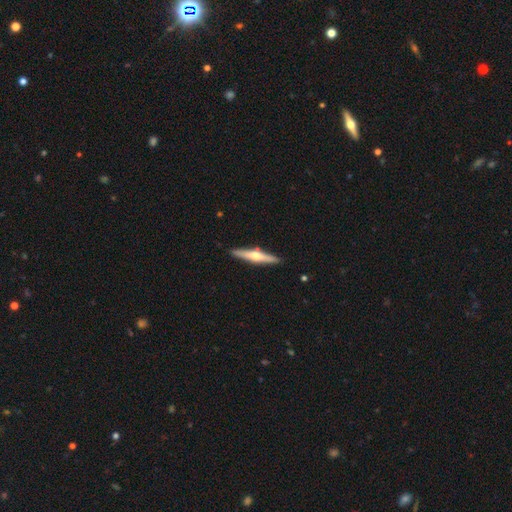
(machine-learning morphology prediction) This is likely a featured or disk galaxy (65%). It is clearly viewed edge-on (97%). Edge-on bulge: clearly rounded (92%). Merging: clearly none (90%).